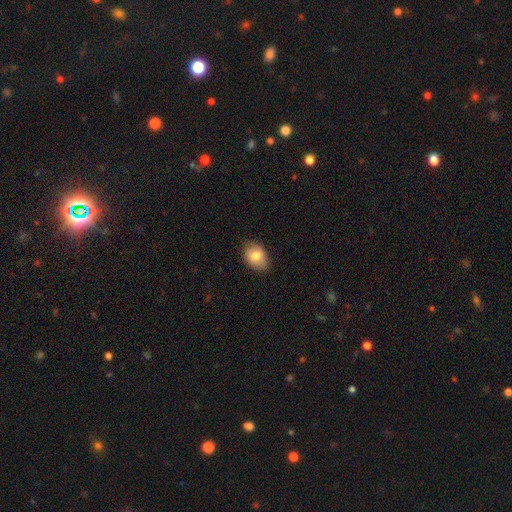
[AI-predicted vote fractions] This is likely a smooth galaxy (80%). How rounded: likely in between (75%). Merging: clearly none (81%).